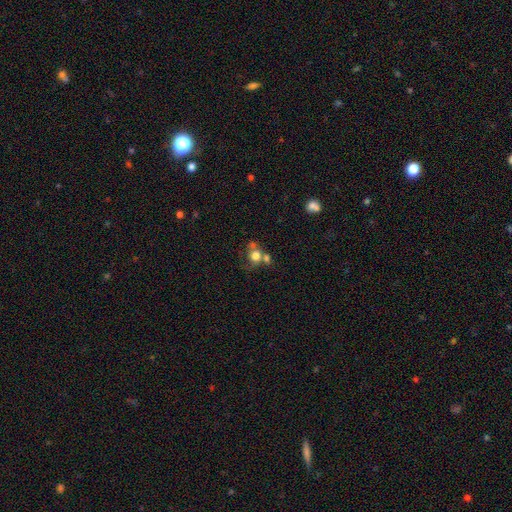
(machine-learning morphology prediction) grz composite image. It shows a smooth galaxy with no disk features (70%) that is round (74%). Merging: merger (44%).